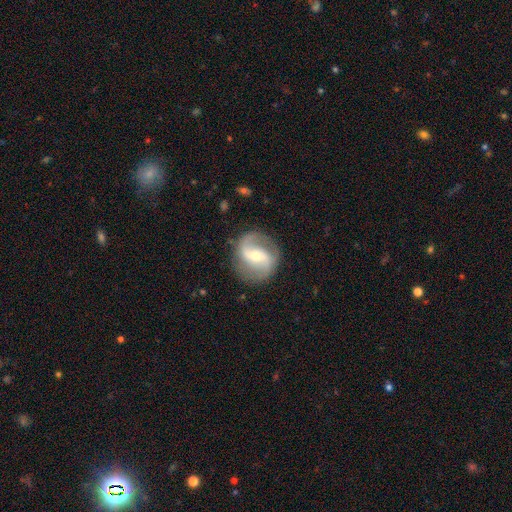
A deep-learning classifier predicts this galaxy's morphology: smooth_or_featured: featured or disk (p=0.84) [alt: smooth p=0.11]
disk_edge_on: no (p=0.97) [alt: yes p=0.03]
bar: weak (p=0.43) [alt: strong p=0.31]
has_spiral_arms: yes (p=0.94) [alt: no p=0.06]
spiral_winding: loose (p=0.46) [alt: medium p=0.41]
spiral_arm_count: 2 (p=0.90) [alt: can't tell p=0.03]
bulge_size: moderate (p=0.52) [alt: small p=0.43]
merging: none (p=0.83) [alt: minor disturbance p=0.11]